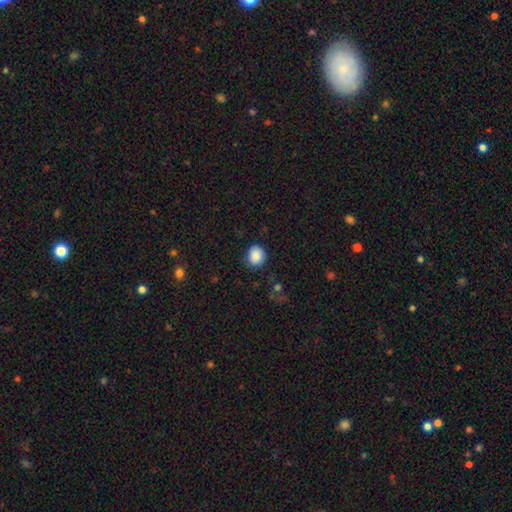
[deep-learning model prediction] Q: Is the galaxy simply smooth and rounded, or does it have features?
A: smooth — 87%.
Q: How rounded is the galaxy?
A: round — 75%.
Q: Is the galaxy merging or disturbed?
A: none — 81%.